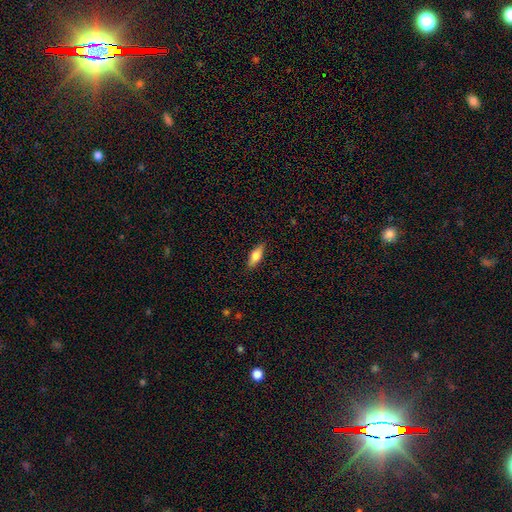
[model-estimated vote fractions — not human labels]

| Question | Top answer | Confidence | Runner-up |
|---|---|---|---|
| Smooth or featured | smooth | 68% | featured or disk (25%) |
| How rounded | in between | 64% | cigar-shaped (33%) |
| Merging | none | 86% | minor disturbance (11%) |